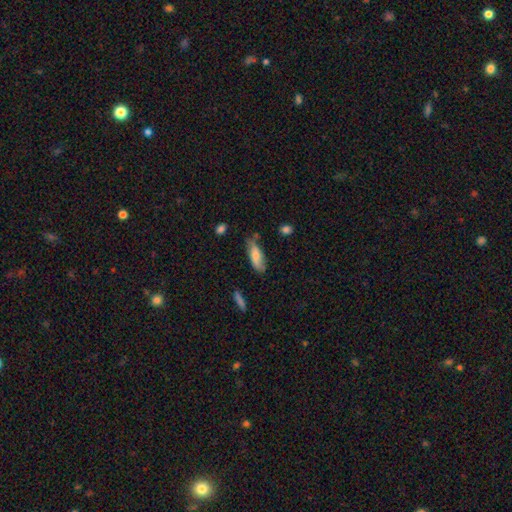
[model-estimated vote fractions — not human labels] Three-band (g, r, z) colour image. It shows a smooth galaxy with no disk features (71%) that is in between round and cigar-shaped (66%). Merging: none (64%).